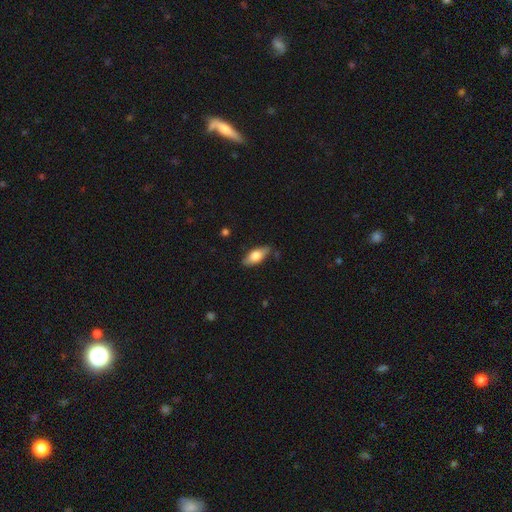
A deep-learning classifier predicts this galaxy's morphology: smooth 67%, featured or disk 26%, star or artifact 6%. Down the decision tree: how rounded — in between (80%); merging — none (81%).